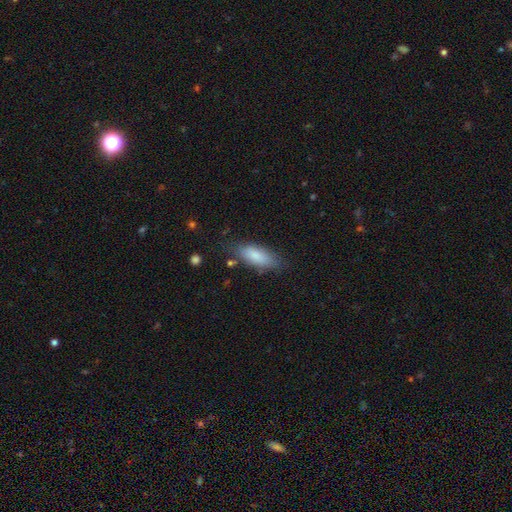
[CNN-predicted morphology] Overall: smooth (84%). How rounded: in between (76%). Merging: none (74%).